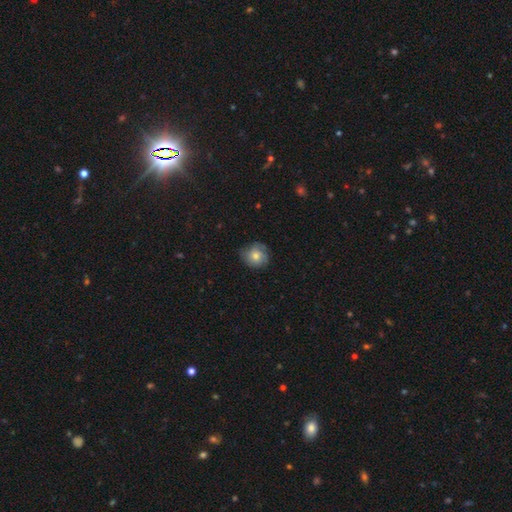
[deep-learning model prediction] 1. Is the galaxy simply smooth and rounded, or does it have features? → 69% smooth, 22% featured or disk, 9% star or artifact.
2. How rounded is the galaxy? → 85% round, 14% in between, 1% cigar-shaped.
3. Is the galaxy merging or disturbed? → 69% none, 25% minor disturbance, 5% major disturbance, 1% merger.